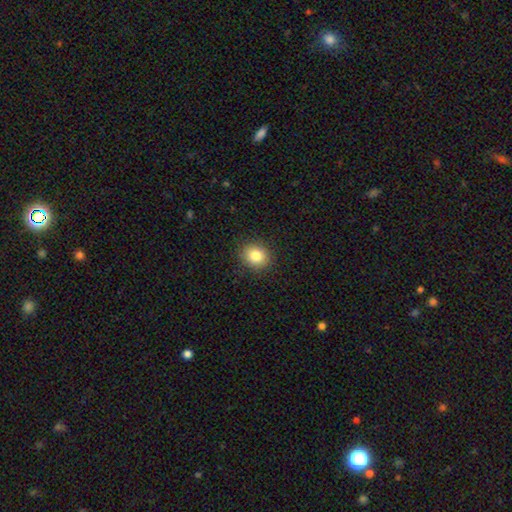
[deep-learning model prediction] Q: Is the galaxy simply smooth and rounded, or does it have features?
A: smooth — 82%.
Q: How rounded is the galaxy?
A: round — 76%.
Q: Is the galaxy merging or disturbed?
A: none — 90%.